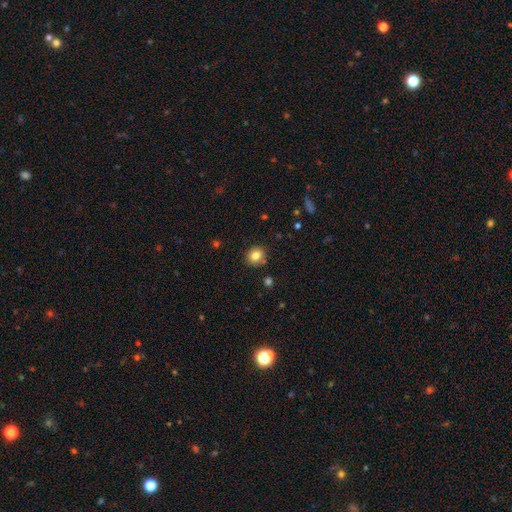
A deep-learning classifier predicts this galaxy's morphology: This is clearly a smooth galaxy (82%). How rounded: clearly round (81%). Merging: clearly none (87%).